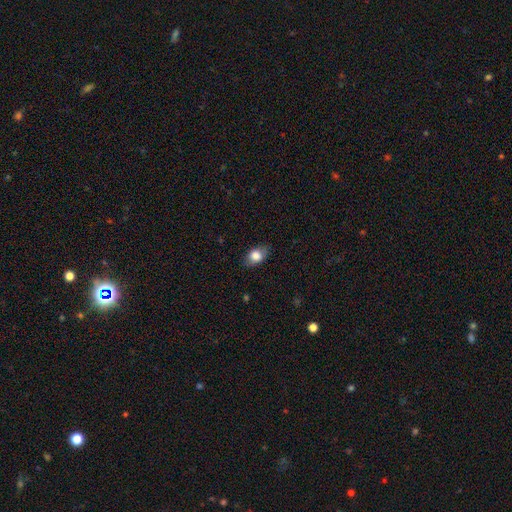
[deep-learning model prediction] This is likely a smooth galaxy (79%). How rounded: clearly in between (80%). Merging: clearly none (80%).